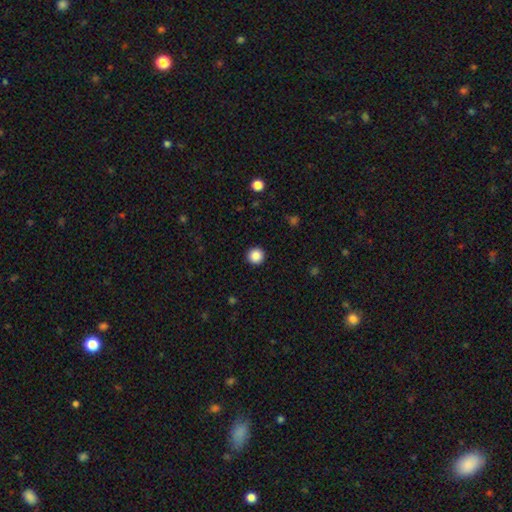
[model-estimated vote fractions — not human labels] Morphology: type=smooth (87%); roundness=round (96%); merging=none (93%).